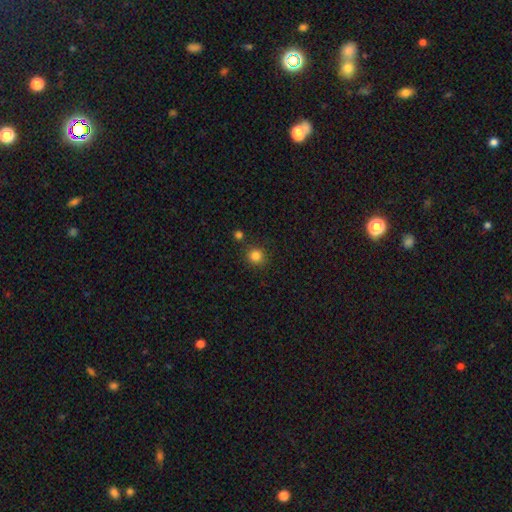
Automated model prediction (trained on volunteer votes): Morphology: type=smooth (83%); roundness=round (92%); merging=none (85%).